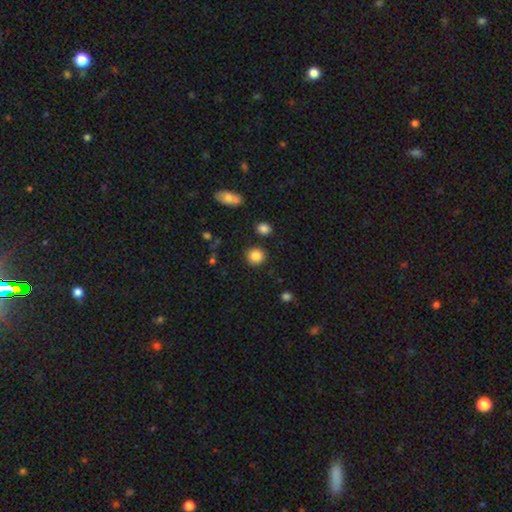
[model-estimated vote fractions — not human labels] Smooth or featured? smooth (85%)
How rounded? round (90%)
Merging? none (88%)